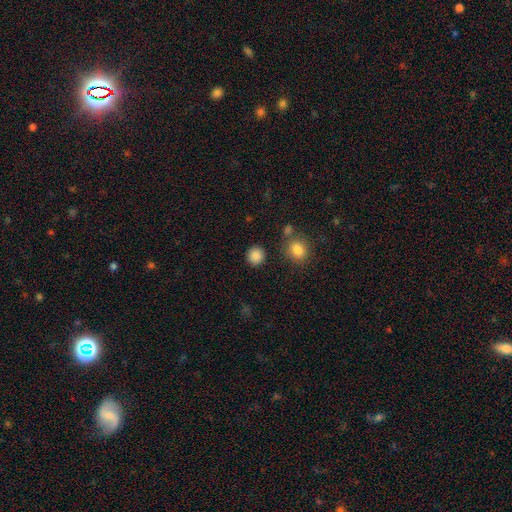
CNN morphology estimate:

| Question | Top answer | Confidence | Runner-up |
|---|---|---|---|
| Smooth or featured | smooth | 87% | star or artifact (10%) |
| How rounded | round | 89% | in between (10%) |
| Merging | none | 88% | minor disturbance (6%) |